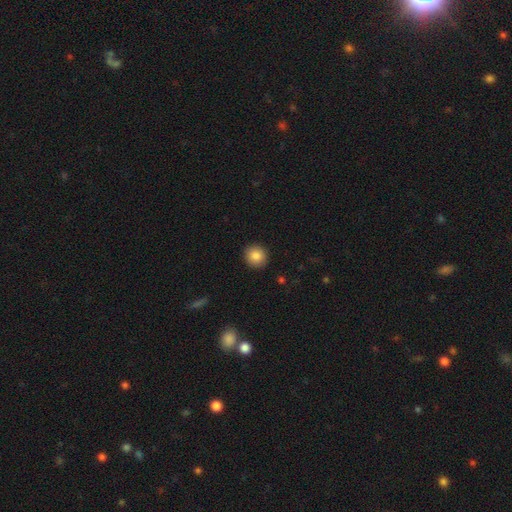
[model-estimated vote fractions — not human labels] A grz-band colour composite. It shows a smooth galaxy with no disk features (86%) that is round (90%). Merging: none (92%).